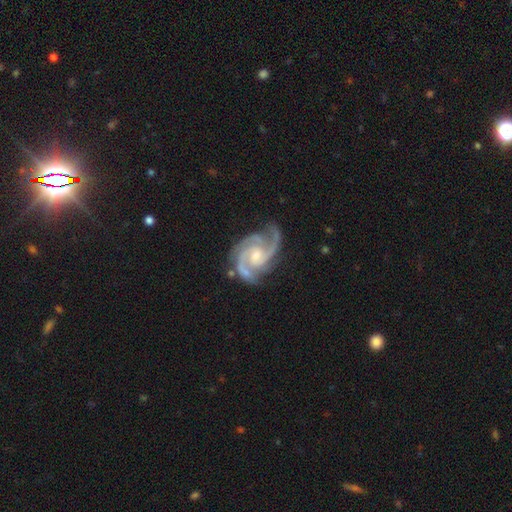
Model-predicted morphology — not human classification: This is clearly a featured or disk galaxy (94%). It is clearly not viewed edge-on (98%). Bar: possibly no (58%). Spiral arm pattern: clearly yes (99%). Spiral arm count: possibly 3 (56%). Spiral winding: possibly medium (49%). Central bulge: possibly moderate (52%). Merging: likely none (71%).